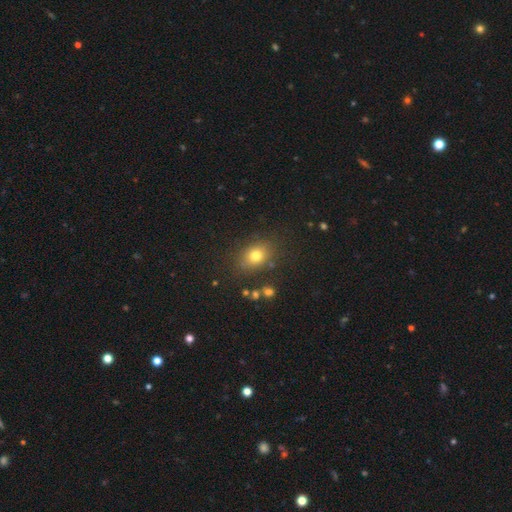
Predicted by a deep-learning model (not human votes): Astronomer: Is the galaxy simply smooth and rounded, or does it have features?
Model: smooth — 76%.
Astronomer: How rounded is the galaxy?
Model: in between — 60% (runner-up: round, 39%).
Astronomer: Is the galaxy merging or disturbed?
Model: none — 81%.